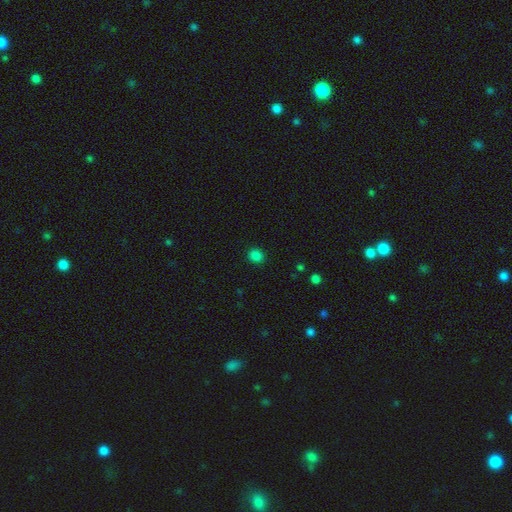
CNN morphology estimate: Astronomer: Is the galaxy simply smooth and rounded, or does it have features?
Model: smooth — 83%.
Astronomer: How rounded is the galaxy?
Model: round — 76%.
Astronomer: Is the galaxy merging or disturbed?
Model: none — 90%.